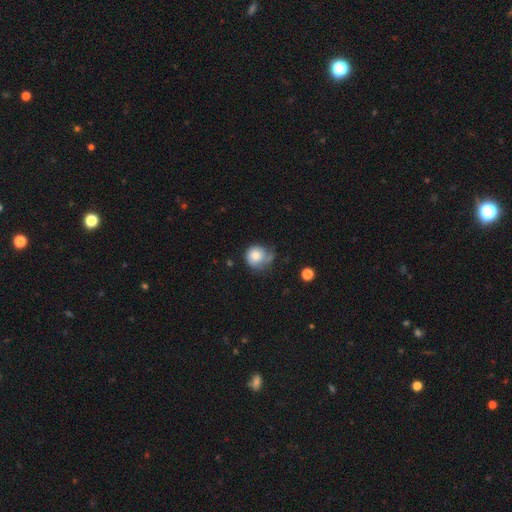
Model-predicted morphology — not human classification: smooth-or-featured: smooth: 72% | featured or disk: 20% | star or artifact: 8%
  how-rounded: round: 83% | in between: 16% | cigar-shaped: 1%
  merging: none: 43% | minor disturbance: 32% | major disturbance: 19% | merger: 6%